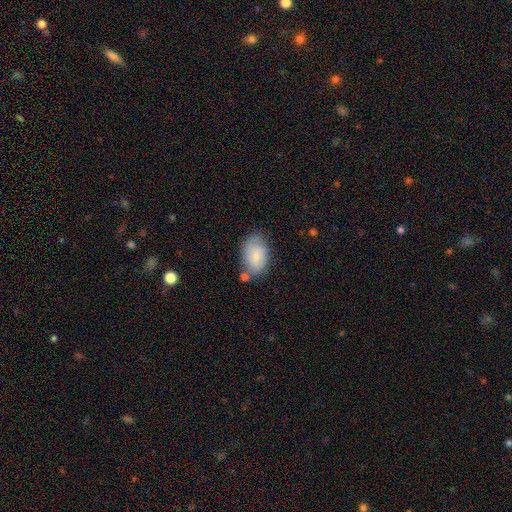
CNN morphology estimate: smooth 73%, featured or disk 20%, star or artifact 7%. Down the decision tree: how rounded — in between (90%); merging — none (62%).